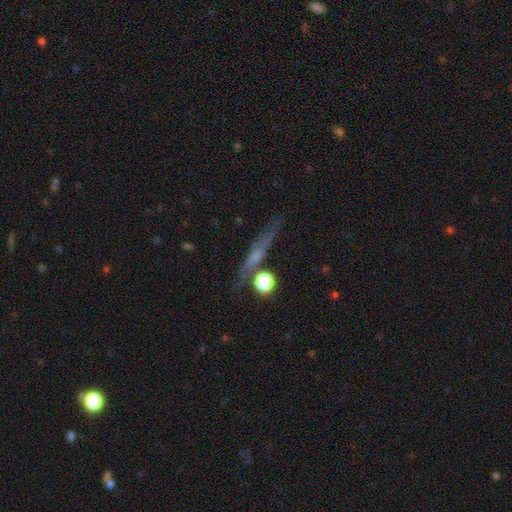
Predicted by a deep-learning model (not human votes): smooth-or-featured: featured or disk: 46% | smooth: 37% | star or artifact: 17%
  merging: none: 75% | minor disturbance: 13% | major disturbance: 6% | merger: 6%